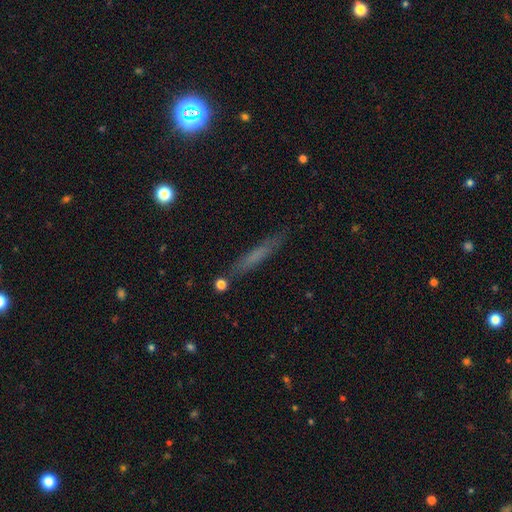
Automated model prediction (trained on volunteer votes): Smooth or featured? Predicted: smooth (p=0.56). How rounded? Predicted: cigar-shaped (p=0.92). Merging? Predicted: none (p=0.83).